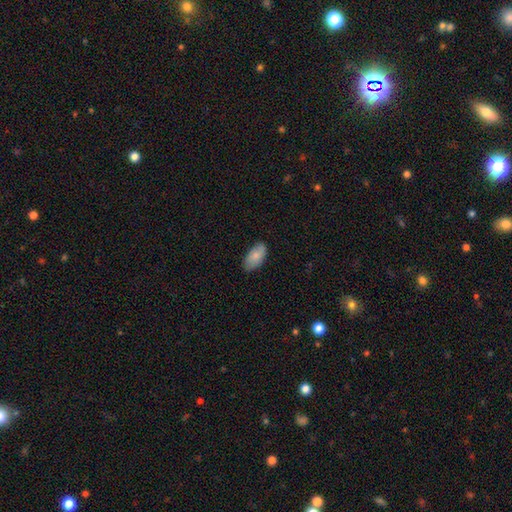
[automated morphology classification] The model was most divided on "merging": none: 81%, minor disturbance: 15%, major disturbance: 2%, merger: 1%. More confident: how rounded — in between (94%); smooth or featured — smooth (82%).